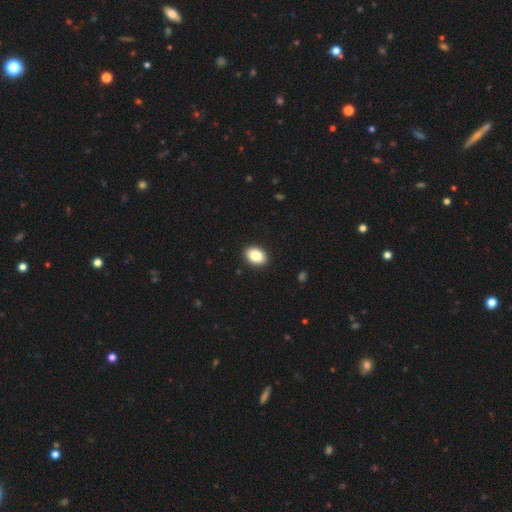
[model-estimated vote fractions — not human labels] This appears to be a smooth galaxy with no disk features (85%) that is in between round and cigar-shaped (81%). Merging: none (91%).